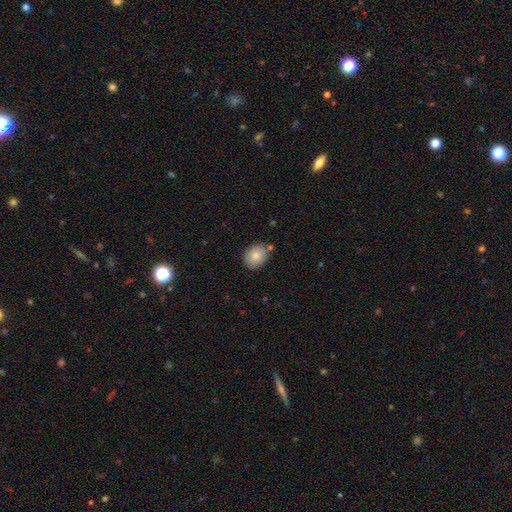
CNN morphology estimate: Overall: smooth (84%). How rounded: round (56%; in between 43%). Merging: none (78%).